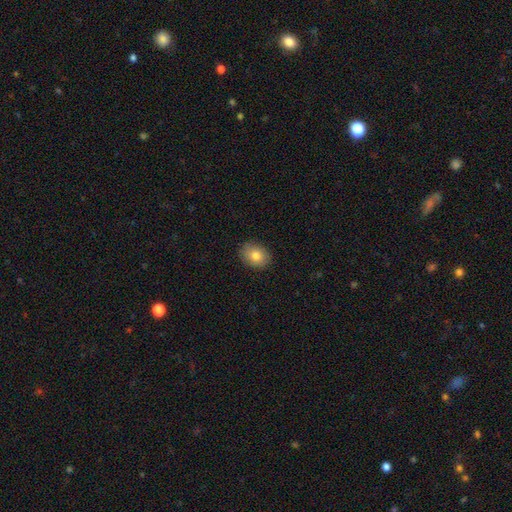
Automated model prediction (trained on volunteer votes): This appears to be a smooth galaxy with no disk features (81%) that is in between round and cigar-shaped (61%). Merging: none (88%).